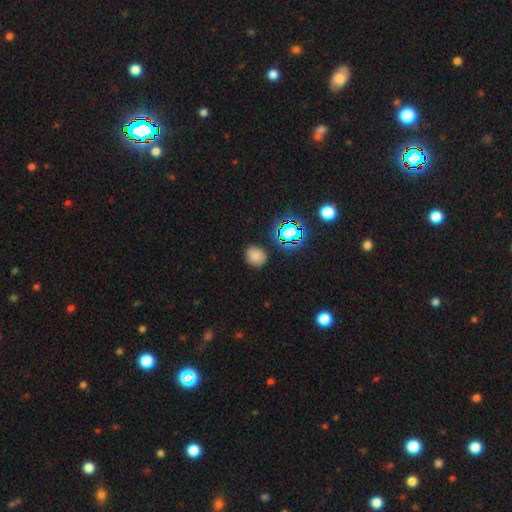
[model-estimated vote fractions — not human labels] smooth-or-featured: smooth: 74% | star or artifact: 20% | featured or disk: 6%
  how-rounded: round: 70% | in between: 29% | cigar-shaped: 1%
  merging: none: 82% | minor disturbance: 12% | major disturbance: 3% | merger: 2%